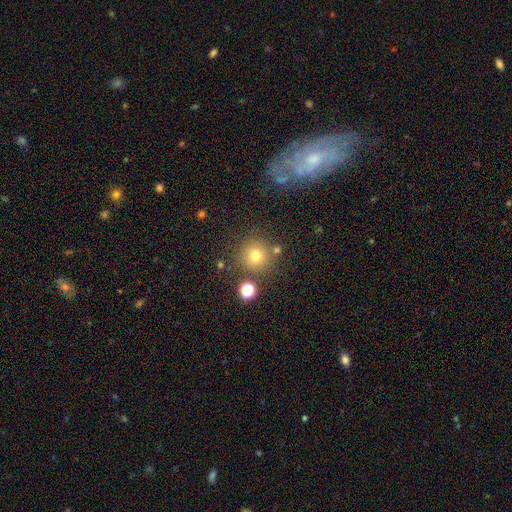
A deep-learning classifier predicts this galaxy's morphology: smooth_or_featured: smooth (p=0.74) [alt: star or artifact p=0.17]
how_rounded: round (p=0.94) [alt: in between p=0.05]
merging: none (p=0.79) [alt: minor disturbance p=0.09]